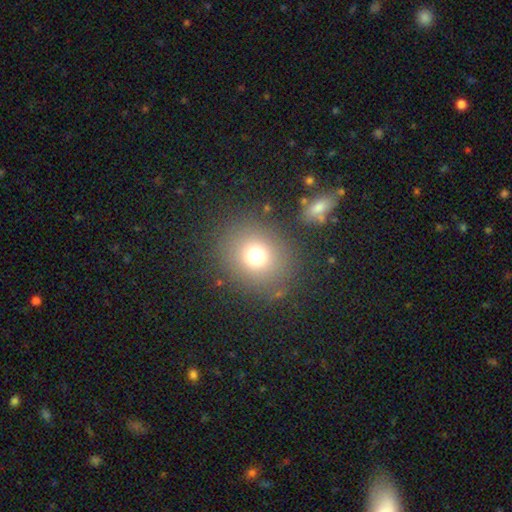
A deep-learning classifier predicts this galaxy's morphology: Smooth or featured? Predicted: smooth (p=0.72). How rounded? Predicted: round (p=0.80). Merging? Predicted: none (p=0.82).